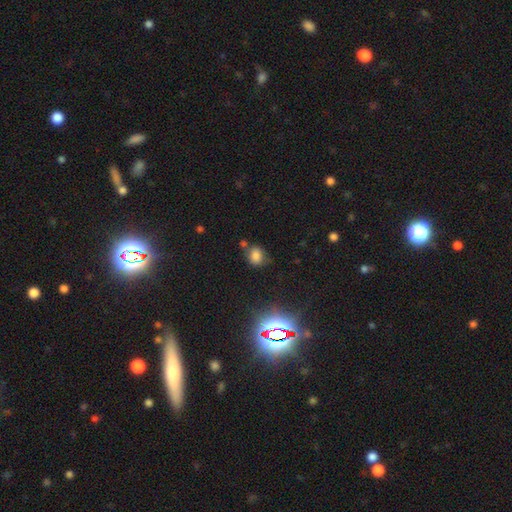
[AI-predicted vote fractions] This is likely a smooth galaxy (73%). How rounded: possibly round (53%). Merging: likely none (61%).